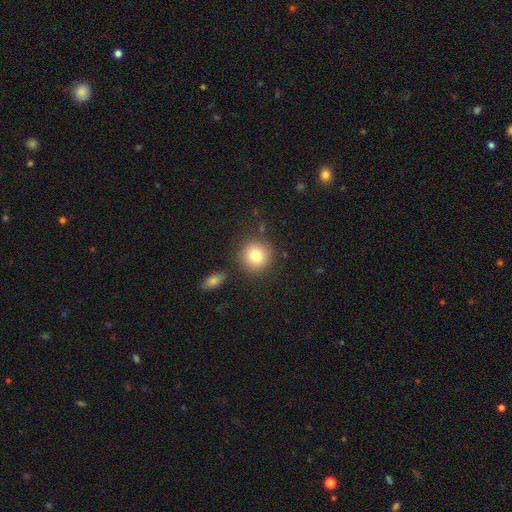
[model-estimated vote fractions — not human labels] Smooth or featured: smooth — 79% (featured or disk — 11%)
How rounded: round — 92% (in between — 7%)
Merging: none — 83% (minor disturbance — 9%)